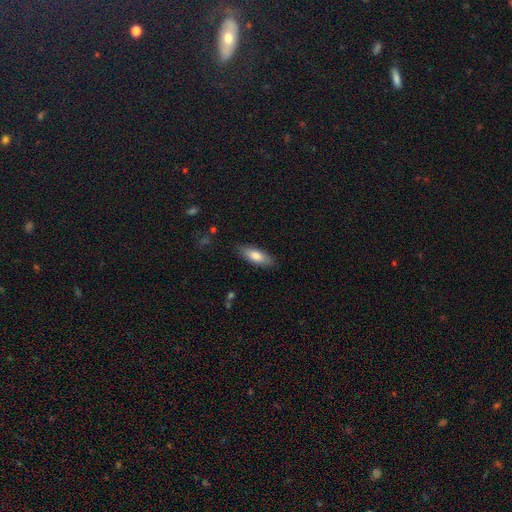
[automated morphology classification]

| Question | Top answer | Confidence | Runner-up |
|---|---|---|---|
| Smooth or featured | smooth | 77% | featured or disk (17%) |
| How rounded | in between | 68% | cigar-shaped (30%) |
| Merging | none | 86% | minor disturbance (11%) |